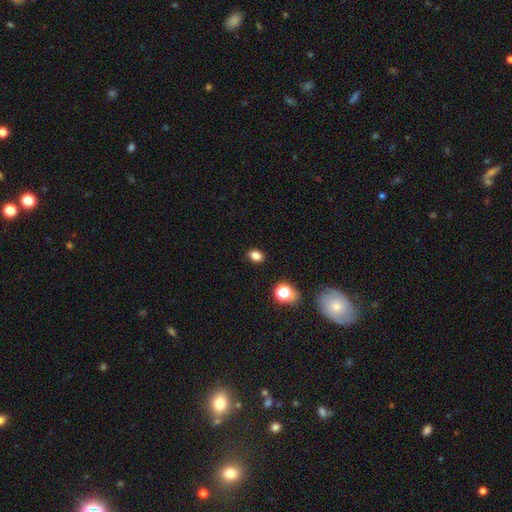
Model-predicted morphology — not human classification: type=smooth (82%); roundness=in between (69%); merging=none (88%).